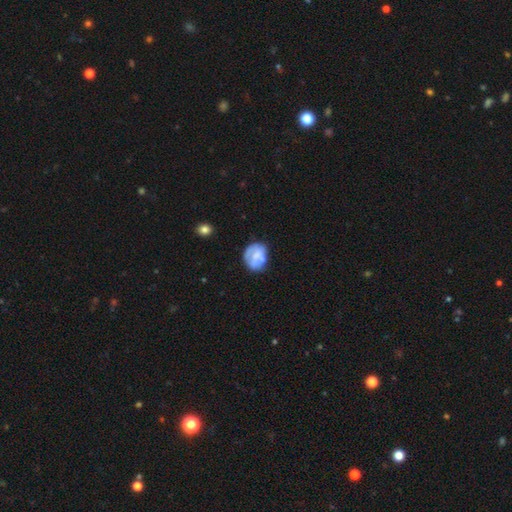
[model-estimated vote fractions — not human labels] smooth 48%, featured or disk 44%, star or artifact 9%. Down the decision tree: merging — none (49%).